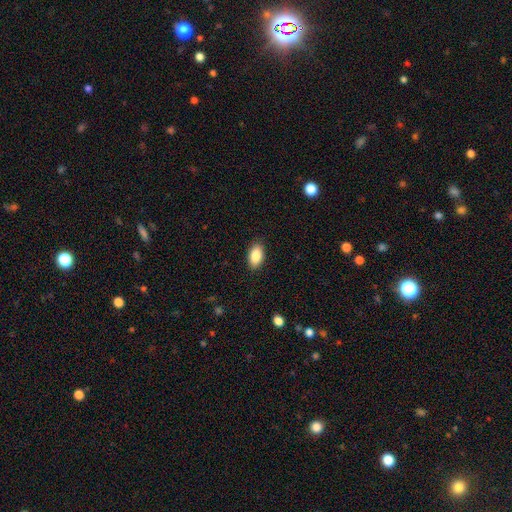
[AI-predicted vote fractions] Overall: smooth (87%). How rounded: in between (93%). Merging: none (89%).